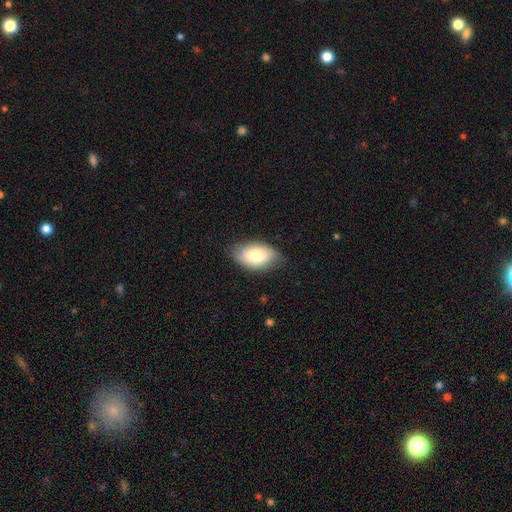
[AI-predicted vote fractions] Smooth or featured: smooth — 81% (featured or disk — 13%)
How rounded: in between — 93% (round — 5%)
Merging: none — 77% (minor disturbance — 19%)